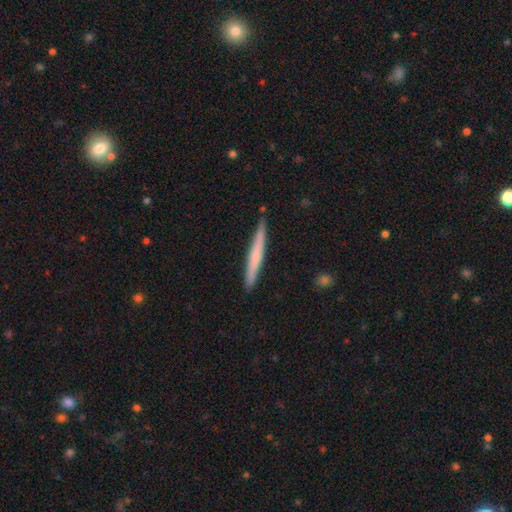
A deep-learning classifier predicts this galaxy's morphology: Smooth or featured? Predicted: smooth (p=0.50). How rounded? Predicted: cigar-shaped (p=0.96). Merging? Predicted: none (p=0.88).